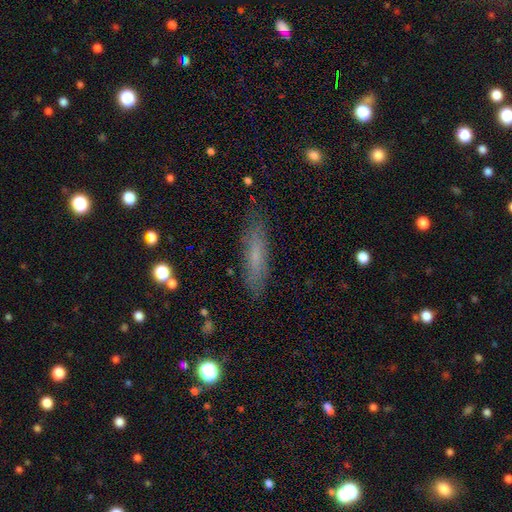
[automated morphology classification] Q: Smooth or featured?
A: smooth (59%); runner-up: featured or disk (31%)
Q: How rounded?
A: cigar-shaped (75%); runner-up: in between (23%)
Q: Merging?
A: none (84%); runner-up: minor disturbance (11%)